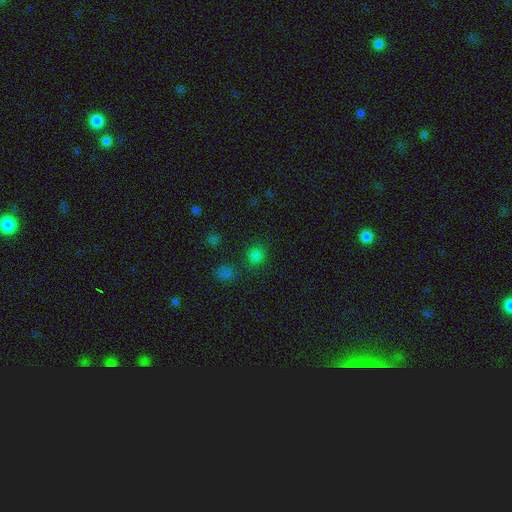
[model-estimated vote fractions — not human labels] smooth-or-featured: smooth: 77% | star or artifact: 19% | featured or disk: 4%
  how-rounded: round: 83% | in between: 16% | cigar-shaped: 1%
  merging: none: 77% | minor disturbance: 10% | merger: 9% | major disturbance: 4%